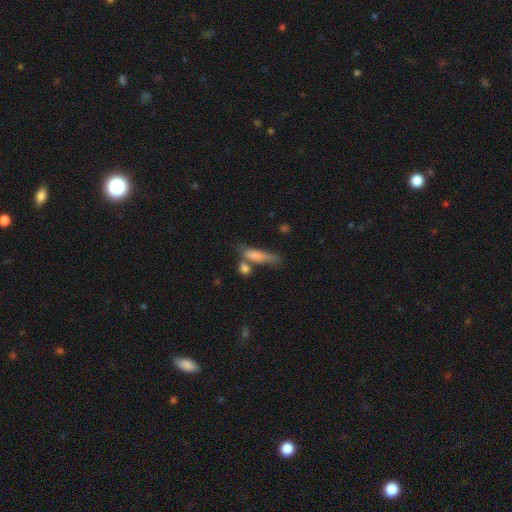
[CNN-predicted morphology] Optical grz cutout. It shows a smooth galaxy with no disk features (75%) that is cigar-shaped (62%). Merging: none (43%).